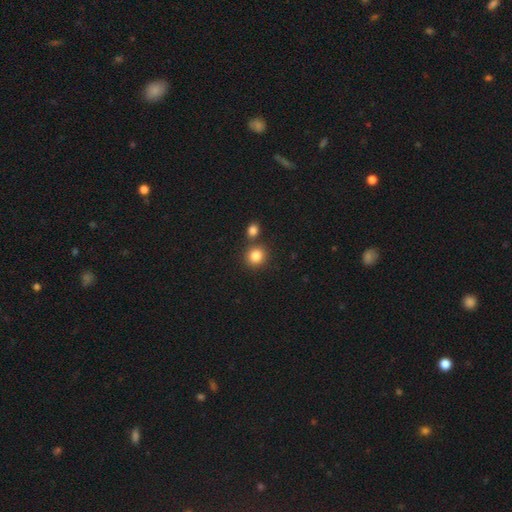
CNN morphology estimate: smooth 84%, star or artifact 10%, featured or disk 5%. Down the decision tree: how rounded — round (85%); merging — none (73%).